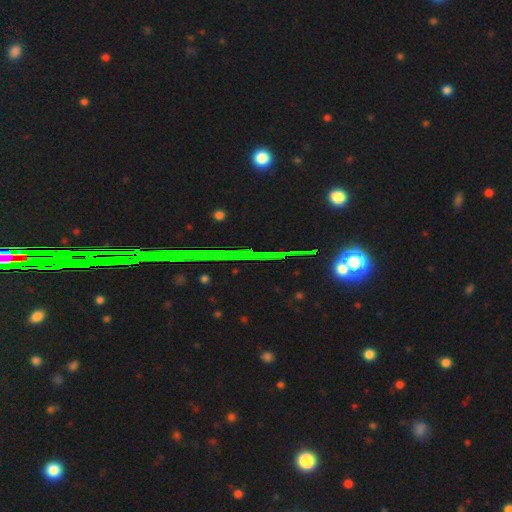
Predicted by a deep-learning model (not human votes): Q: Smooth or featured?
A: star or artifact (81%); runner-up: smooth (10%)